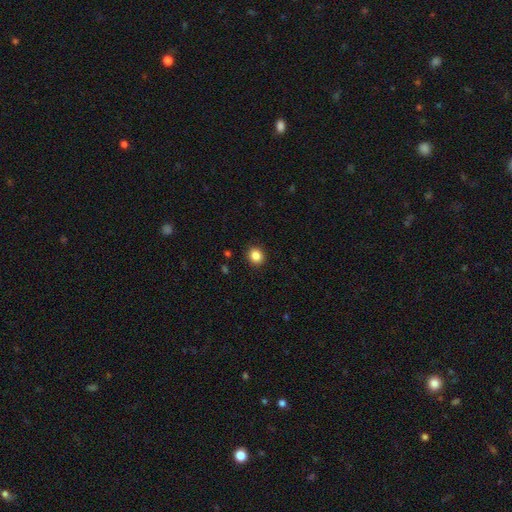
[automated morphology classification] A smooth galaxy with no disk features (85%) that is round (79%). Merging: none (92%).